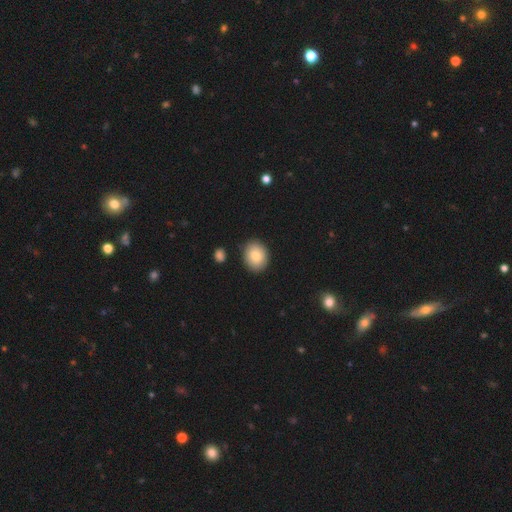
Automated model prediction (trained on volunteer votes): The model was most divided on "how rounded": round: 53%, in between: 46%, cigar-shaped: 1%. More confident: merging — none (86%); smooth or featured — smooth (82%).